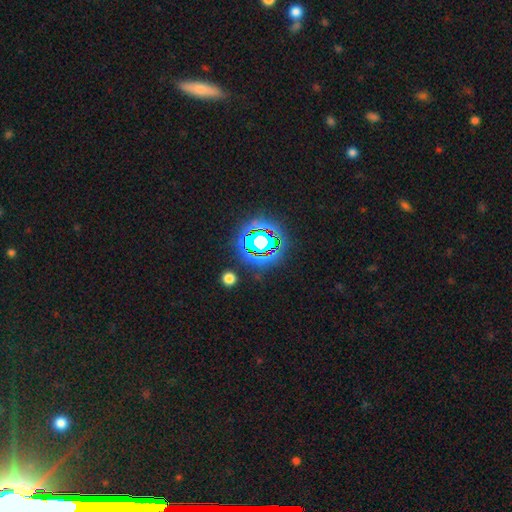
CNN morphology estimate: Q: Smooth or featured?
A: star or artifact (79%); runner-up: smooth (12%)